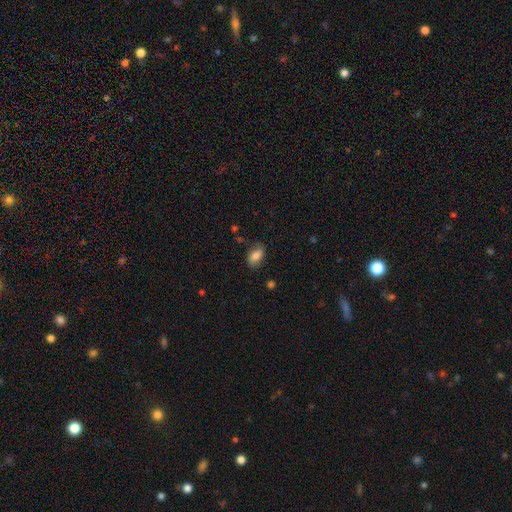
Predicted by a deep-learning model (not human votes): This appears to be a smooth galaxy with no disk features (75%) that is in between round and cigar-shaped (88%). Merging: none (70%).